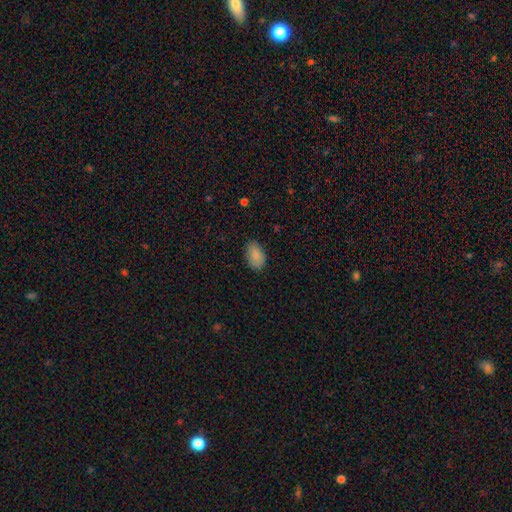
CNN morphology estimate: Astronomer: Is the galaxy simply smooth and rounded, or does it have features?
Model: smooth — 86%.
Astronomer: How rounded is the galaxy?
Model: in between — 89%.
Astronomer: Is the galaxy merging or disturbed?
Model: none — 76%.